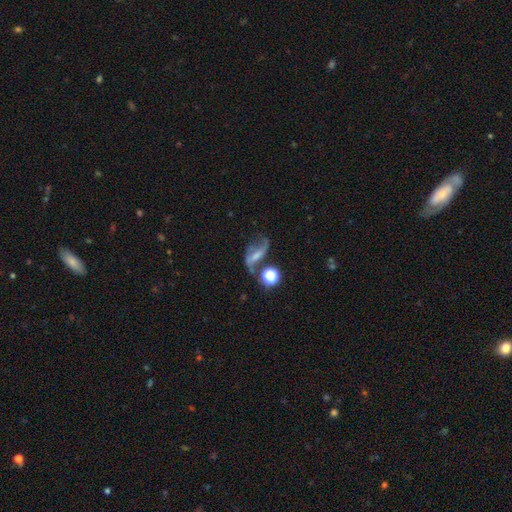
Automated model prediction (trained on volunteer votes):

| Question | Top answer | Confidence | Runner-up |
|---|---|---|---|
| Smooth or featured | featured or disk | 56% | smooth (28%) |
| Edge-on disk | no | 89% | yes (11%) |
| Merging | none | 39% | major disturbance (25%) |